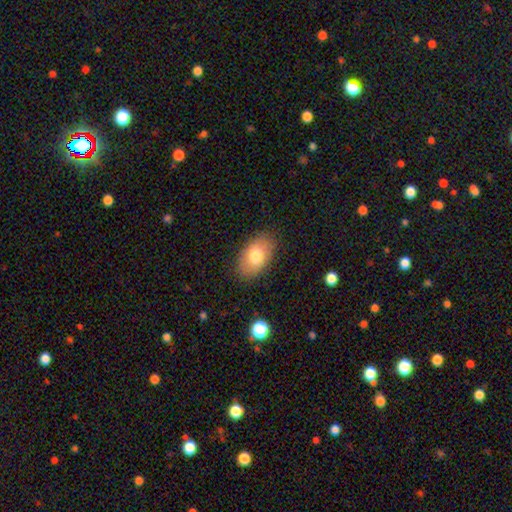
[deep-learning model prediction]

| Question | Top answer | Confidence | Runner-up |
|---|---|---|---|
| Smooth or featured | smooth | 76% | featured or disk (16%) |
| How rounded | in between | 91% | round (7%) |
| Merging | none | 83% | minor disturbance (12%) |